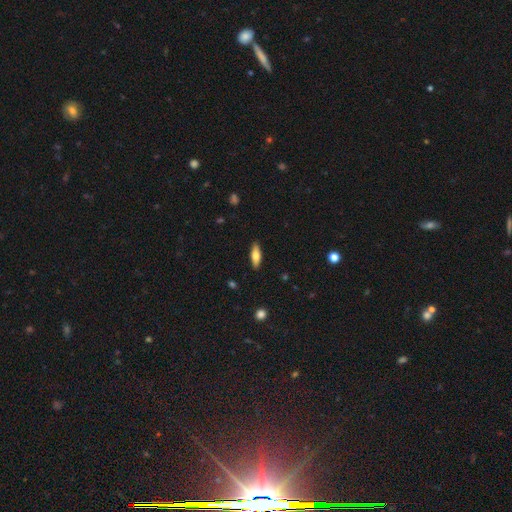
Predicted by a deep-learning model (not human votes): Overall: smooth (71%). How rounded: in between (62%; cigar-shaped 36%). Merging: none (89%).